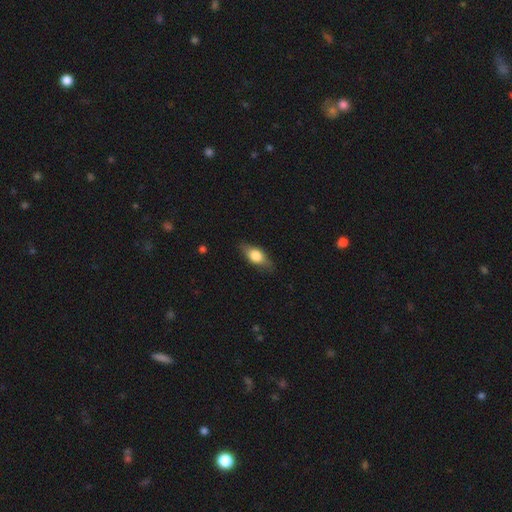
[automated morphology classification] smooth 65%, featured or disk 28%, star or artifact 7%. Down the decision tree: how rounded — in between (77%); merging — none (80%).